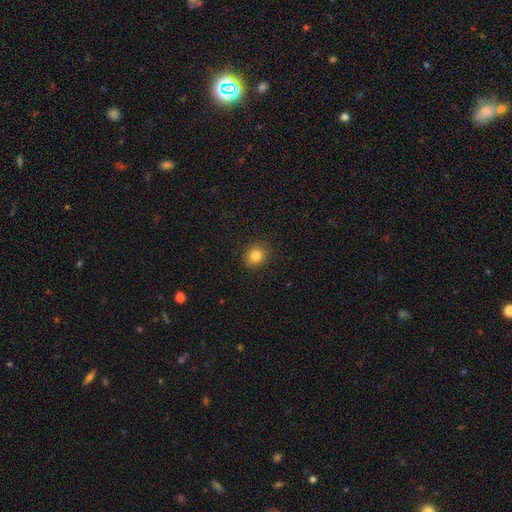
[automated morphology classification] type=smooth (84%); roundness=round (66%); merging=none (89%).